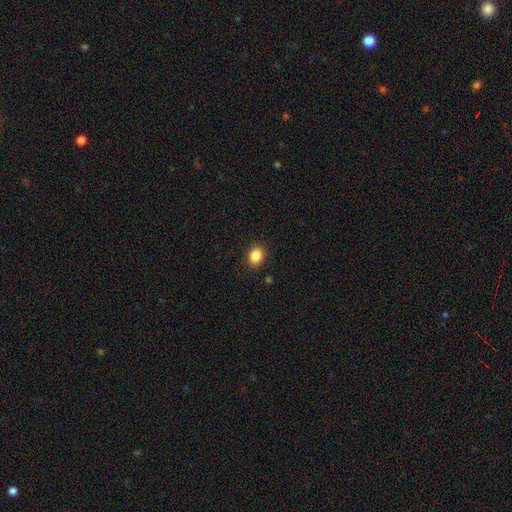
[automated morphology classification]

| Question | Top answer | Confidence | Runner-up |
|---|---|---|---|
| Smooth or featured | smooth | 86% | star or artifact (10%) |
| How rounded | in between | 51% | round (48%) |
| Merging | none | 90% | minor disturbance (7%) |